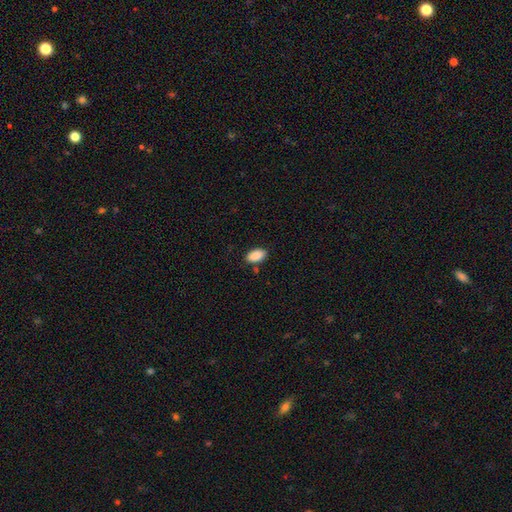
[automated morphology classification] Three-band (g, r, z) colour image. It shows a smooth galaxy with no disk features (90%) that is in between round and cigar-shaped (94%). Merging: none (83%).